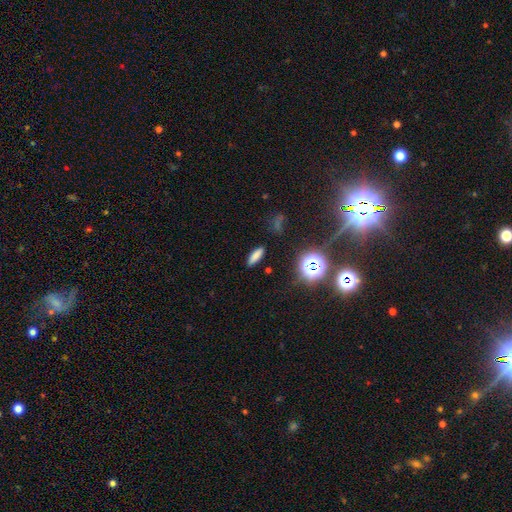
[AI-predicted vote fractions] Overall: smooth (74%). How rounded: cigar-shaped (50%; in between 46%). Merging: none (88%).